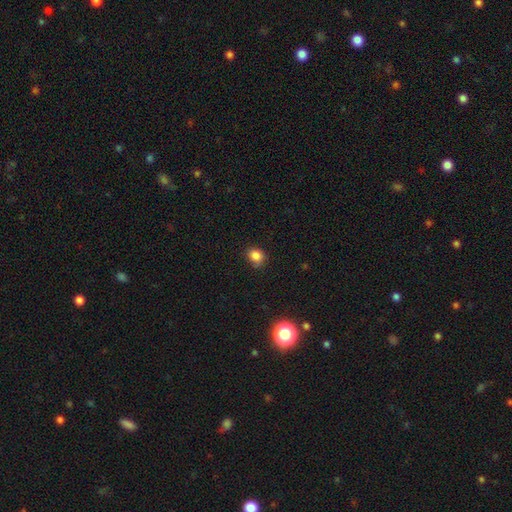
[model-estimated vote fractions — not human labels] Smooth or featured?
  - smooth: 83% *
  - star or artifact: 12%
  - featured or disk: 4%
How rounded?
  - round: 66% *
  - in between: 33%
  - cigar-shaped: 1%
Merging?
  - none: 73% *
  - minor disturbance: 21%
  - major disturbance: 4%
  - merger: 2%